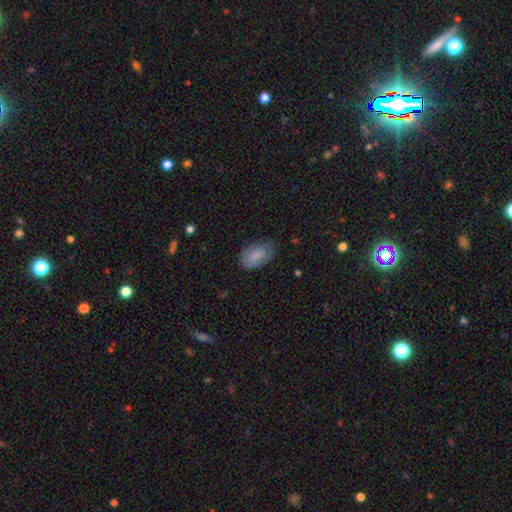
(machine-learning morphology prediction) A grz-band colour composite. It shows a smooth galaxy with no disk features (82%) that is in between round and cigar-shaped (93%). Merging: none (71%).